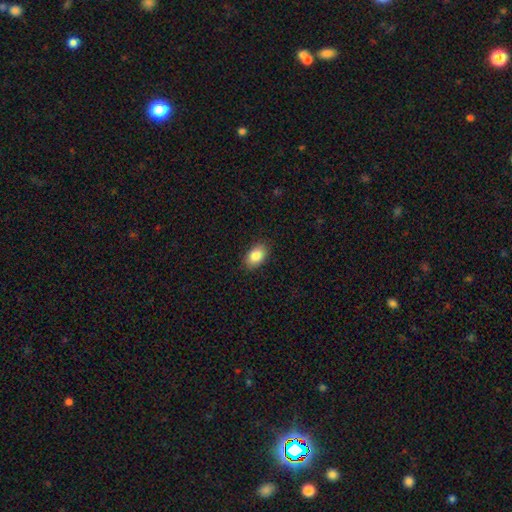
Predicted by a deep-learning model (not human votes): Smooth or featured? Predicted: smooth (p=0.87). How rounded? Predicted: in between (p=0.88). Merging? Predicted: none (p=0.87).